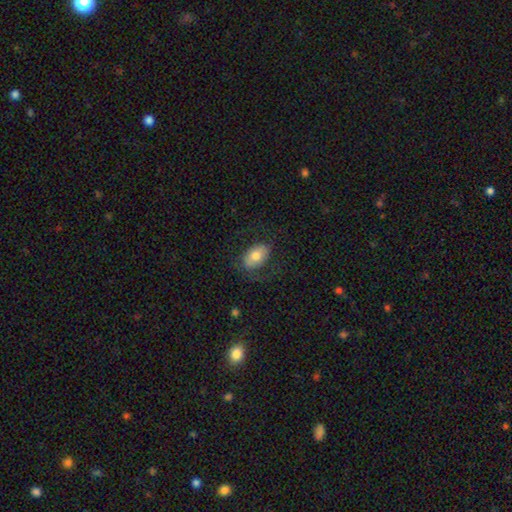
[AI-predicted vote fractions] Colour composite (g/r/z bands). It shows a smooth galaxy with no disk features (64%) that is in between round and cigar-shaped (88%). Merging: none (66%).